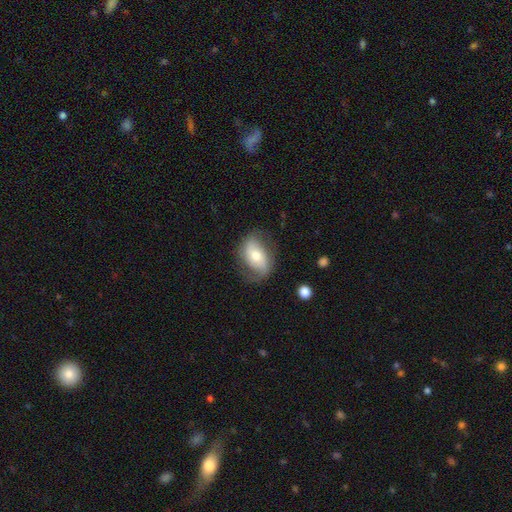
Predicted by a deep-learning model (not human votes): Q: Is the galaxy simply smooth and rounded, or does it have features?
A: featured or disk — 55%.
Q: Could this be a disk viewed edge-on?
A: no — 94%.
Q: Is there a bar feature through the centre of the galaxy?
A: no — 48%.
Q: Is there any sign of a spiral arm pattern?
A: yes — 81%.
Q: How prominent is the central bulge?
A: moderate — 59%.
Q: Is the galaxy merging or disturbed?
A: none — 64%.